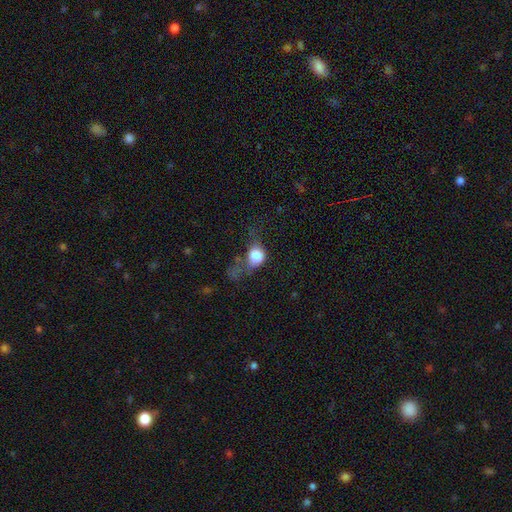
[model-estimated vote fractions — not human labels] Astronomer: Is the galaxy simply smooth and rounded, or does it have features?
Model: smooth — 75%.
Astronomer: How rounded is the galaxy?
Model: round — 64%.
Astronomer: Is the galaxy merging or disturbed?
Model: major disturbance — 41% (runner-up: none, 26%).